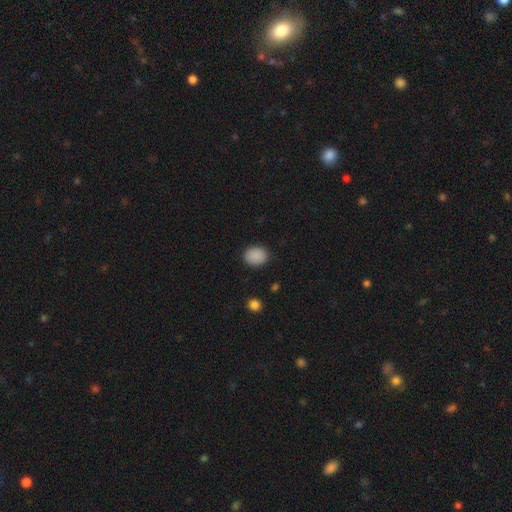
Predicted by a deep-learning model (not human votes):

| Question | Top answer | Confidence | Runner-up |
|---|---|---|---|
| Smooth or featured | smooth | 89% | star or artifact (9%) |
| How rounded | in between | 51% | round (49%) |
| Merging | none | 87% | minor disturbance (9%) |